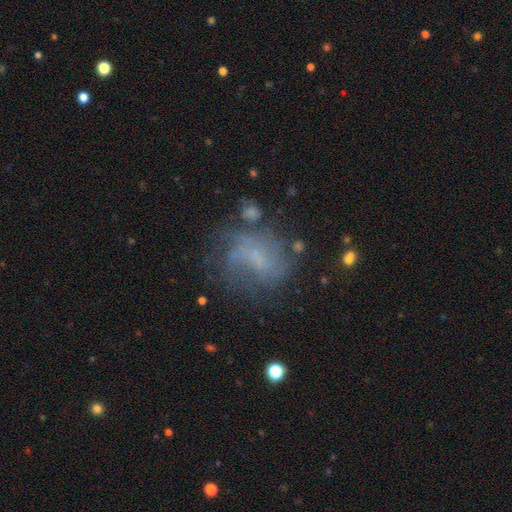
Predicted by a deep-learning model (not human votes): This is possibly a featured or disk galaxy (56%). It is clearly not viewed edge-on (97%). Bar: possibly no (56%). Spiral arm pattern: likely yes (68%). Central bulge: marginally none (43%). Merging: possibly none (52%).